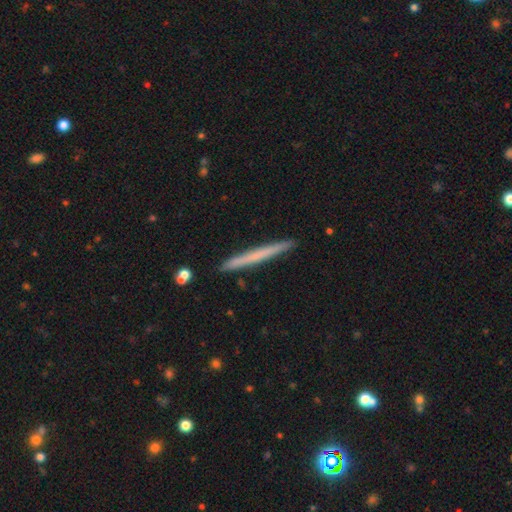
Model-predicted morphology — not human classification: Smooth or featured: smooth — 56% (featured or disk — 38%)
How rounded: cigar-shaped — 97% (in between — 1%)
Merging: none — 92% (minor disturbance — 6%)